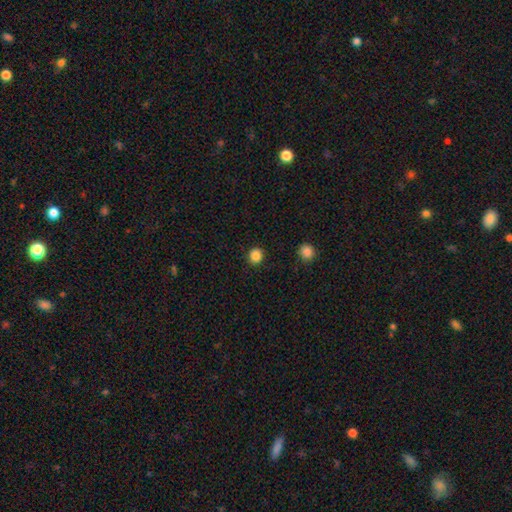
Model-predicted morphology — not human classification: smooth_or_featured: smooth (p=0.86) [alt: star or artifact p=0.11]
how_rounded: round (p=0.88) [alt: in between p=0.11]
merging: none (p=0.91) [alt: minor disturbance p=0.06]